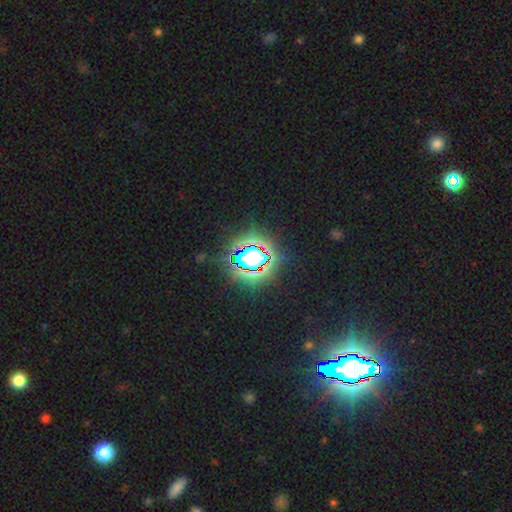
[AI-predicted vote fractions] Smooth or featured? Predicted: star or artifact (p=0.74).